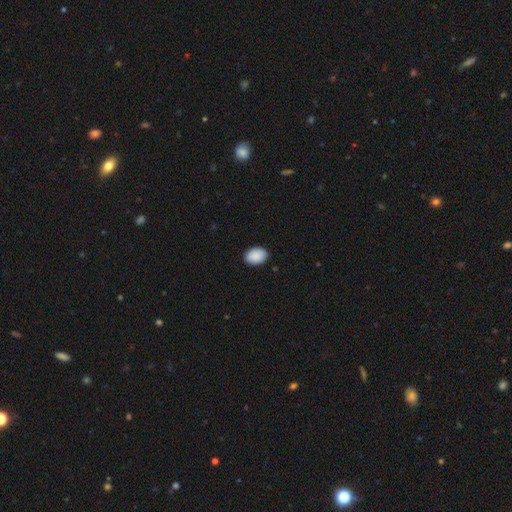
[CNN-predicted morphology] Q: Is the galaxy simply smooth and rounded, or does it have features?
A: smooth — 91%.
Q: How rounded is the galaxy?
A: in between — 82%.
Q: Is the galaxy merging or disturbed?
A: none — 89%.